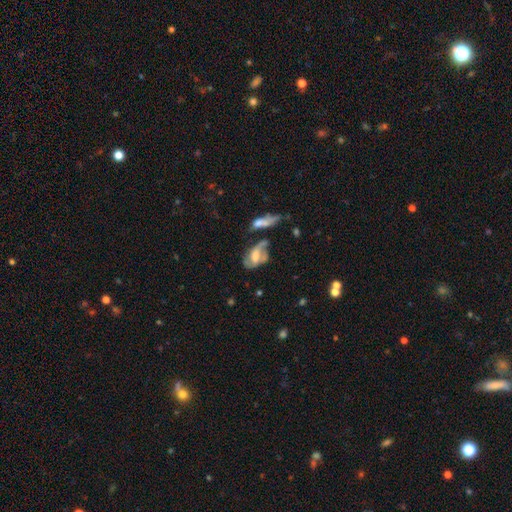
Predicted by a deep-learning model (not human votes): A featured or disk galaxy (62%) with no bar (47%), spiral arms (73%) and a moderate central bulge (34%).

Vote fractions:
- Smooth or featured? featured or disk: 62% / smooth: 30% / star or artifact: 8%
- Edge-on disk? no: 94% / yes: 6%
- Bar? no: 47% / weak: 38% / strong: 15%
- Spiral arms? yes: 73% / no: 27%
- Bulge size? moderate: 34% / large: 27% / none: 21% / small: 15% / dominant: 3%
- Merging? none: 33% / merger: 25% / major disturbance: 23% / minor disturbance: 19%